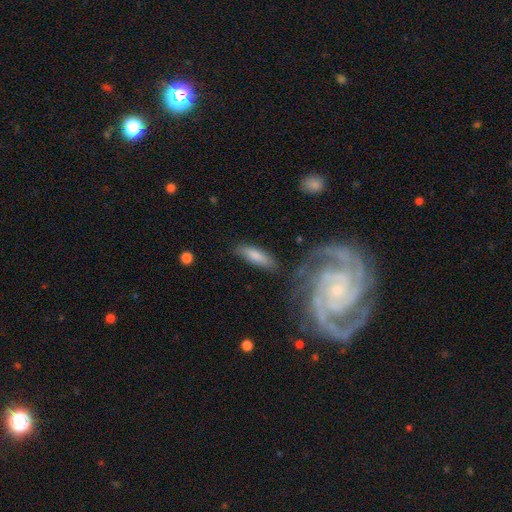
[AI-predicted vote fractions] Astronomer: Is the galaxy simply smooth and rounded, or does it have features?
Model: smooth — 78%.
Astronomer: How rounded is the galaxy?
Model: cigar-shaped — 54% (runner-up: in between, 44%).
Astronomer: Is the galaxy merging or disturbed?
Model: none — 77%.